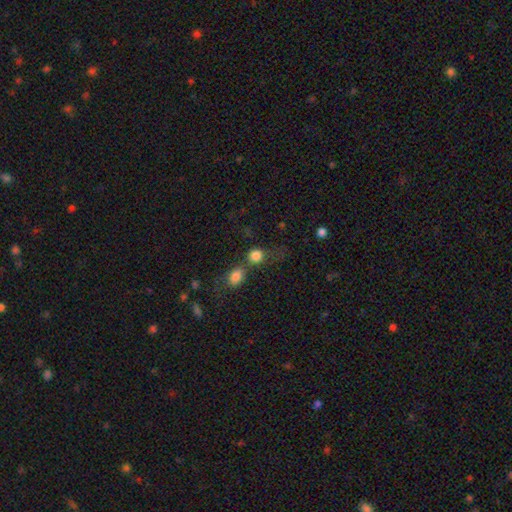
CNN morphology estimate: Smooth or featured?
  - smooth: 81% *
  - star or artifact: 11%
  - featured or disk: 7%
How rounded?
  - round: 76% *
  - in between: 22%
  - cigar-shaped: 2%
Merging?
  - none: 42% *
  - merger: 40%
  - minor disturbance: 10%
  - major disturbance: 8%